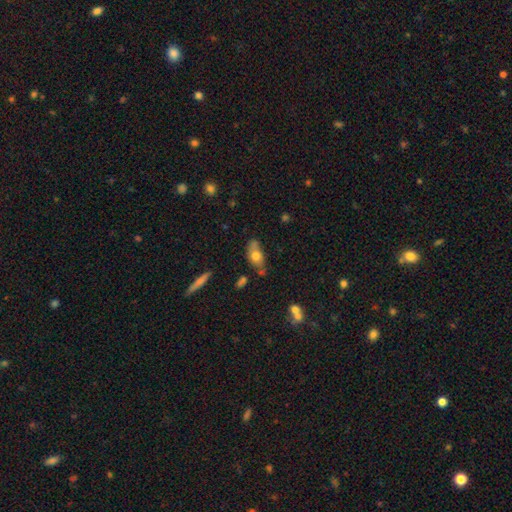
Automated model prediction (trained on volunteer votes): Smooth or featured? smooth (67%)
How rounded? in between (83%)
Merging? none (55%)